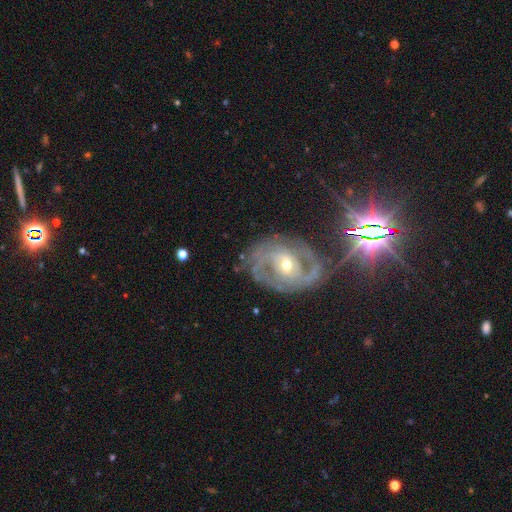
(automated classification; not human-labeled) Morphology: type=featured or disk (85%); edge-on=no (97%); bar=no (43%); spiral arms=yes (94%); winding=tight (51%); arm count=2 (54%); bulge=moderate (52%); merging=none (67%).